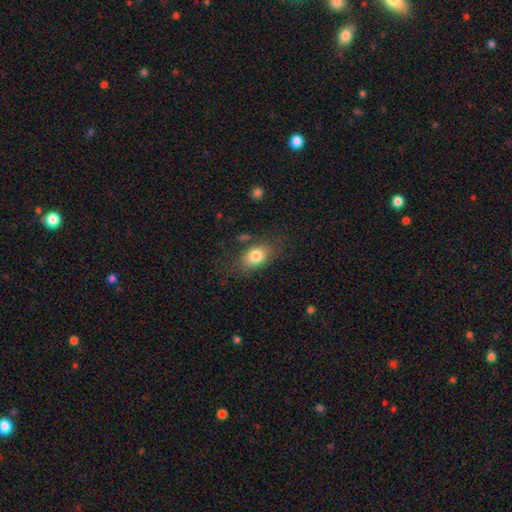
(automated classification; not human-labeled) A smooth galaxy with no disk features (80%) that is in between round and cigar-shaped (81%).

Vote fractions:
- Smooth or featured? smooth: 80% / featured or disk: 12% / star or artifact: 8%
- How rounded? in between: 81% / round: 17% / cigar-shaped: 2%
- Merging? none: 73% / minor disturbance: 17% / major disturbance: 7% / merger: 3%